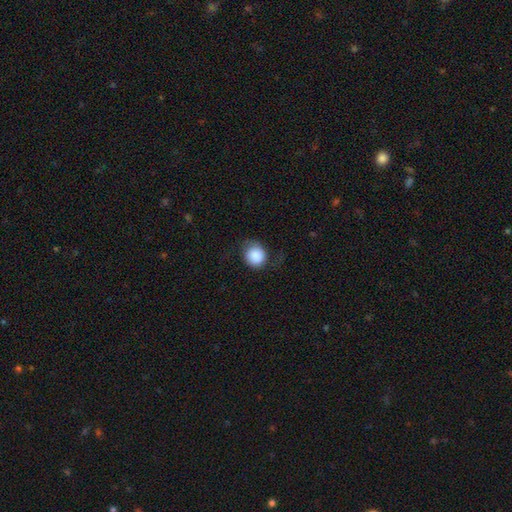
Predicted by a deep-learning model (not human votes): smooth-or-featured: smooth: 86% | star or artifact: 7% | featured or disk: 7%
  how-rounded: round: 82% | in between: 17% | cigar-shaped: 1%
  merging: none: 68% | minor disturbance: 21% | major disturbance: 10% | merger: 1%